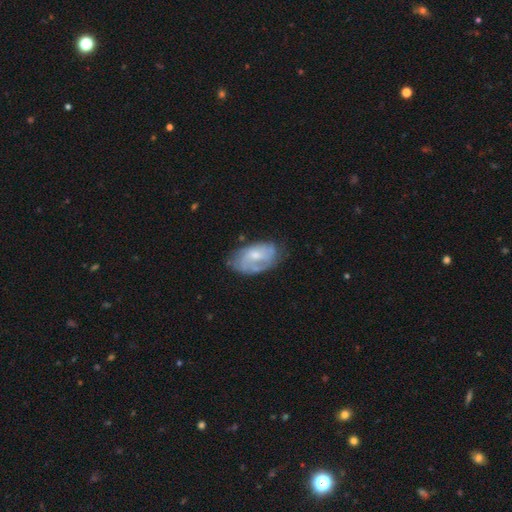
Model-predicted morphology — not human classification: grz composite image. It shows a featured or disk galaxy (62%) with no bar (63%), spiral arms (74%) and a small central bulge (47%). Merging: none (59%).